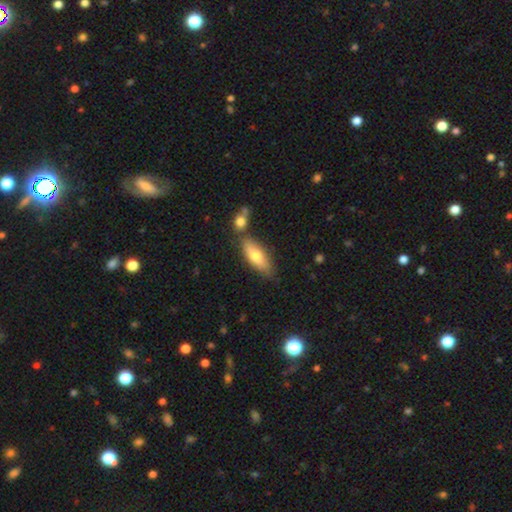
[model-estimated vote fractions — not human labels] A smooth galaxy with no disk features (68%) that is in between round and cigar-shaped (65%). Merging: none (65%).